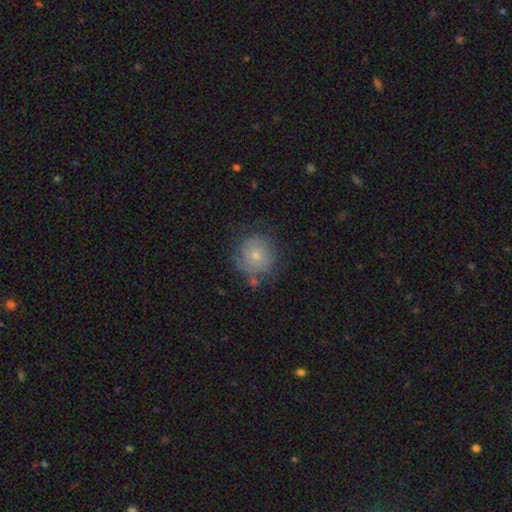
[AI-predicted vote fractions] A smooth galaxy with no disk features (59%) that is round (92%). Merging: none (68%).